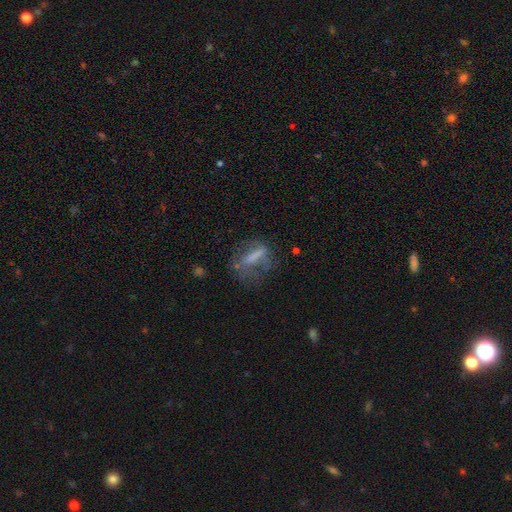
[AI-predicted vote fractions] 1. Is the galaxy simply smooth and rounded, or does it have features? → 44% smooth, 42% featured or disk, 14% star or artifact.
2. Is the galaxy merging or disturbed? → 43% none, 32% major disturbance, 21% minor disturbance, 4% merger.